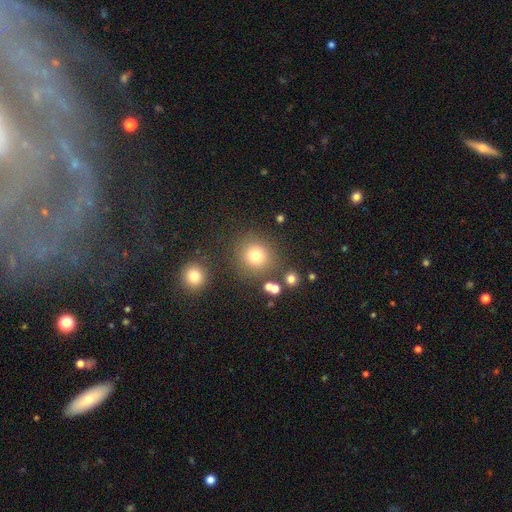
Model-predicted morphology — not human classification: This is likely a smooth galaxy (77%). How rounded: clearly round (91%). Merging: clearly none (81%).